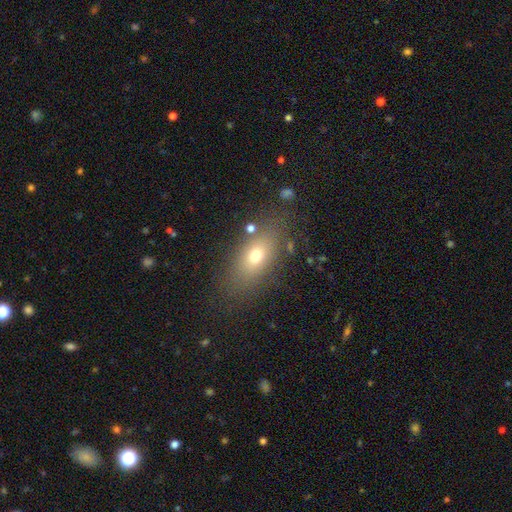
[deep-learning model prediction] Smooth or featured?
  - smooth: 70% *
  - featured or disk: 18%
  - star or artifact: 12%
How rounded?
  - in between: 77% *
  - round: 12%
  - cigar-shaped: 11%
Merging?
  - none: 79% *
  - minor disturbance: 12%
  - major disturbance: 6%
  - merger: 3%